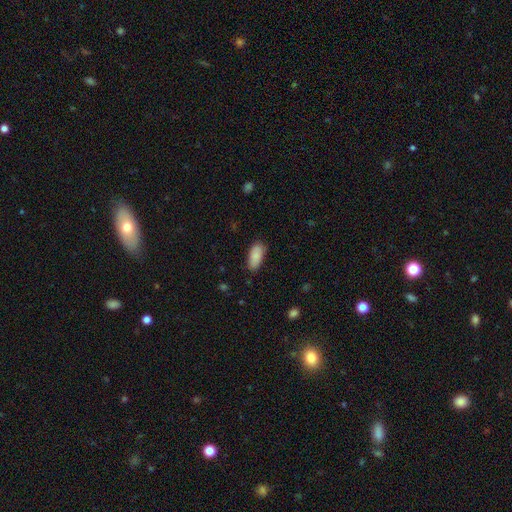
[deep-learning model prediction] Smooth or featured: smooth — 88% (star or artifact — 6%)
How rounded: in between — 91% (cigar-shaped — 7%)
Merging: none — 82% (minor disturbance — 14%)